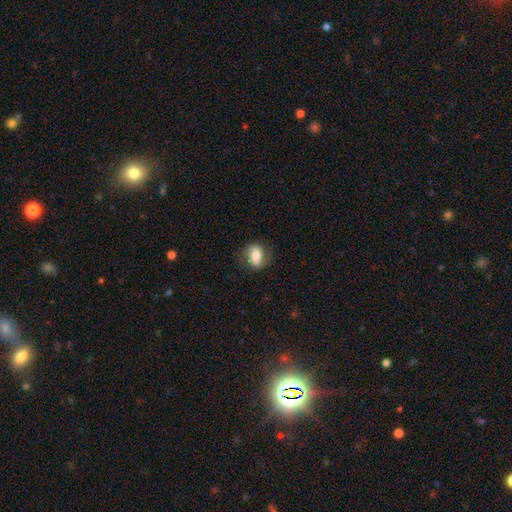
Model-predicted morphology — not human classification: Smooth or featured? smooth (59%)
How rounded? in between (75%)
Merging? none (73%)